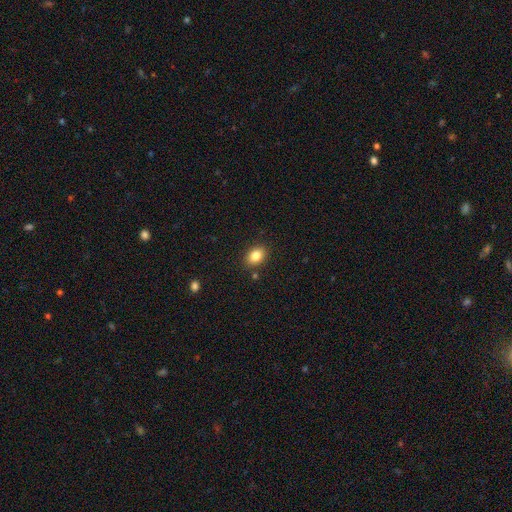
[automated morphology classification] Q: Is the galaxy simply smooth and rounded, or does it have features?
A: smooth — 83%.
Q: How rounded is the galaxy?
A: in between — 72%.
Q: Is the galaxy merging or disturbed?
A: none — 87%.